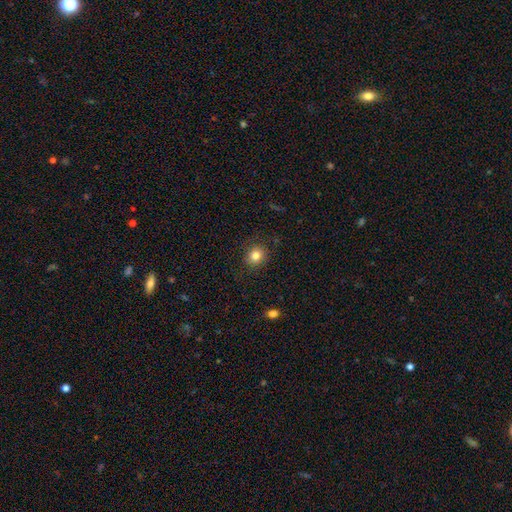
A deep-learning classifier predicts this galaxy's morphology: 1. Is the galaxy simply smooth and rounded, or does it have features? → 82% smooth, 11% star or artifact, 7% featured or disk.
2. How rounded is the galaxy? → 81% round, 18% in between, 1% cigar-shaped.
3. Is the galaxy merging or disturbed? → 87% none, 9% minor disturbance, 3% major disturbance, 1% merger.